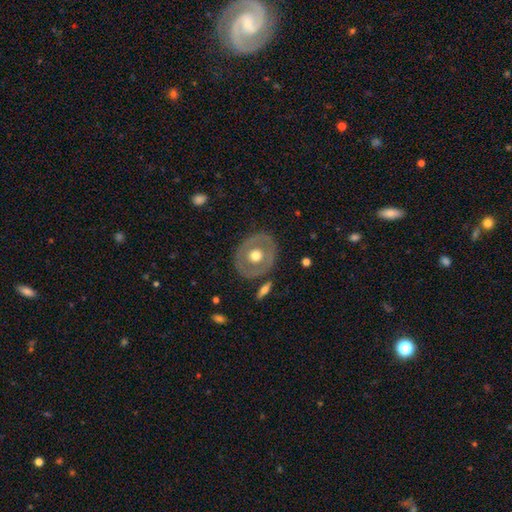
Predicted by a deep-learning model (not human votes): This appears to be a featured or disk galaxy (51%). Merging: none (82%).